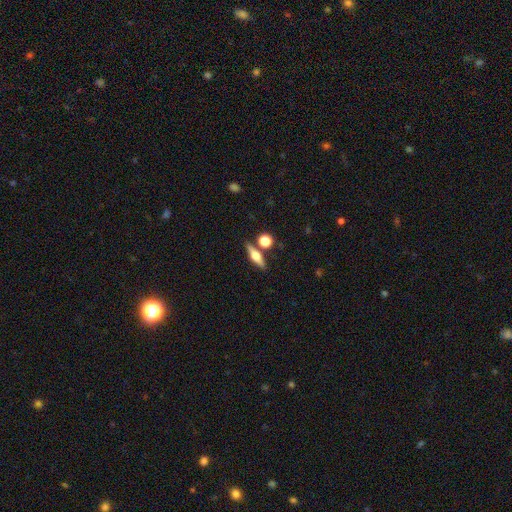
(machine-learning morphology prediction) Smooth or featured: featured or disk — 51% (smooth — 41%)
Edge-on disk: yes — 93% (no — 7%)
Merging: none — 78% (merger — 11%)